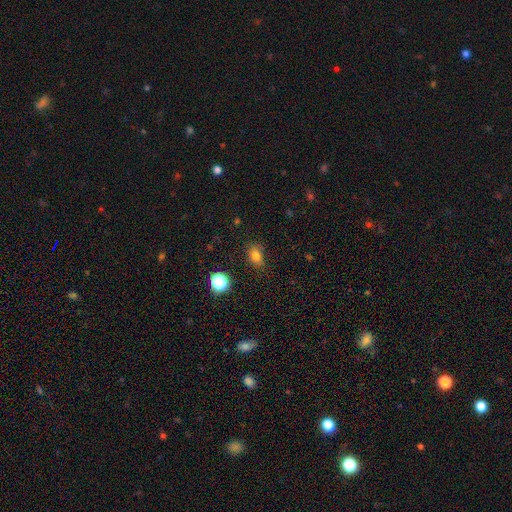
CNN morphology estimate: The model was most divided on "how rounded": in between: 66%, round: 32%, cigar-shaped: 2%. More confident: smooth or featured — smooth (78%); merging — none (78%).